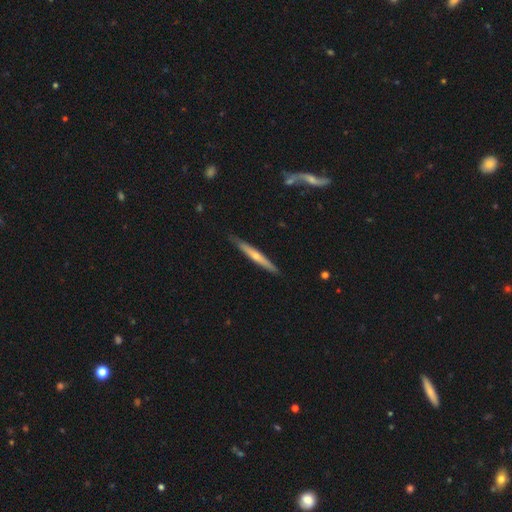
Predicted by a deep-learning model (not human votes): Smooth or featured? featured or disk (60%)
Edge-on disk? yes (95%)
Edge-on bulge? rounded (69%)
Merging? none (86%)